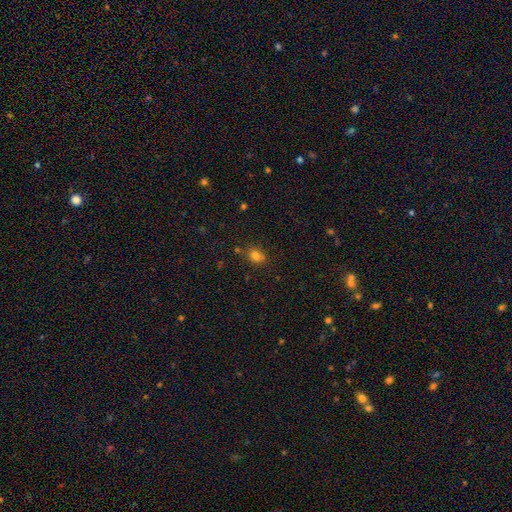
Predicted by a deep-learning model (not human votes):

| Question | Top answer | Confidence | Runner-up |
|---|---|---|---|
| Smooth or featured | smooth | 79% | star or artifact (14%) |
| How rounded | in between | 65% | round (34%) |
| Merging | none | 78% | minor disturbance (14%) |